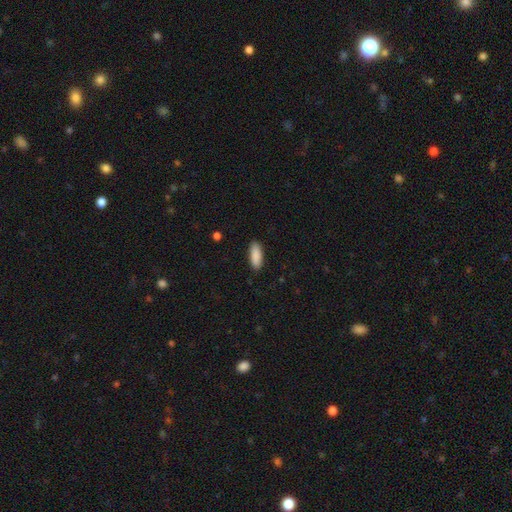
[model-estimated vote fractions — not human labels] Morphology: type=smooth (90%); roundness=in between (73%); merging=none (89%).